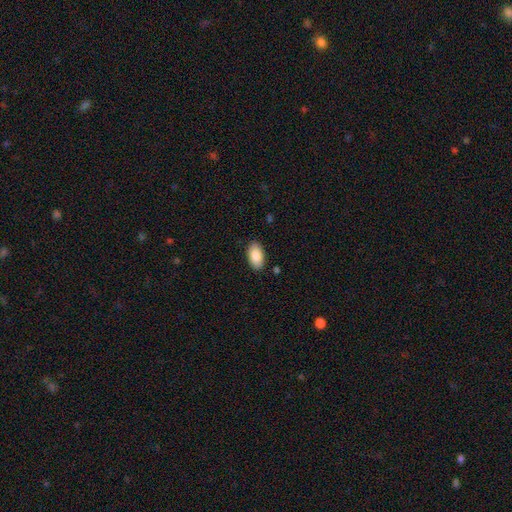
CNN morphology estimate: The model was most divided on "merging": none: 88%, minor disturbance: 9%, major disturbance: 2%, merger: 1%. More confident: how rounded — in between (95%); smooth or featured — smooth (88%).